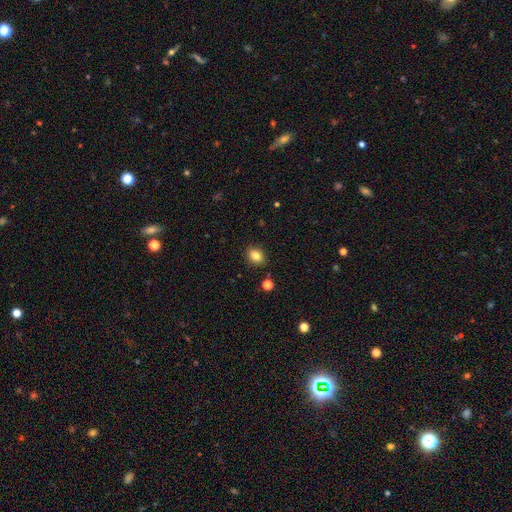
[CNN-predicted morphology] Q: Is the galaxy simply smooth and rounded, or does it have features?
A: smooth — 83%.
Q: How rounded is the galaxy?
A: in between — 59%.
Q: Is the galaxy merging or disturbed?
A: none — 87%.